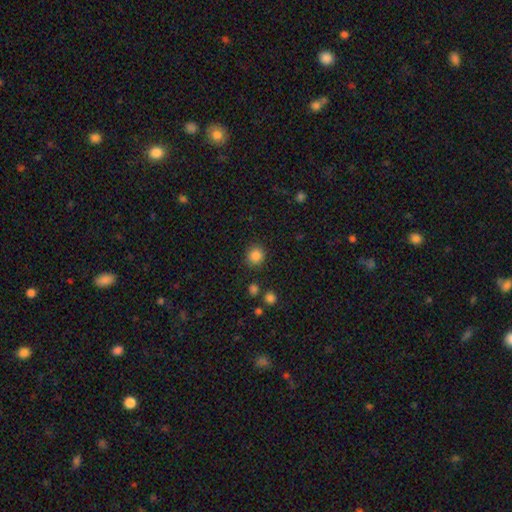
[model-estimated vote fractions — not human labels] smooth-or-featured: smooth: 85% | star or artifact: 11% | featured or disk: 4%
  how-rounded: round: 91% | in between: 8% | cigar-shaped: 1%
  merging: none: 89% | minor disturbance: 7% | major disturbance: 2% | merger: 2%